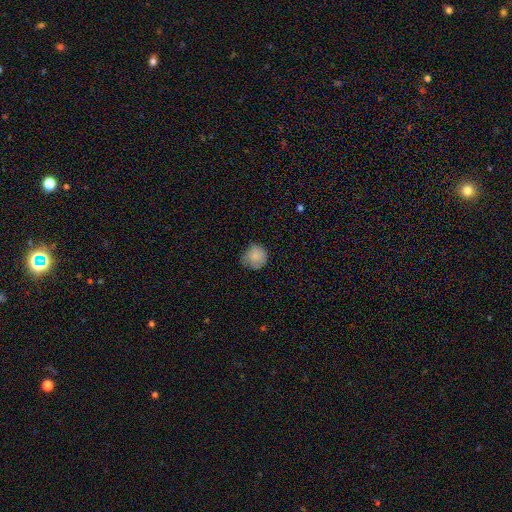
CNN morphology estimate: Smooth or featured? smooth (80%)
How rounded? round (88%)
Merging? none (60%)